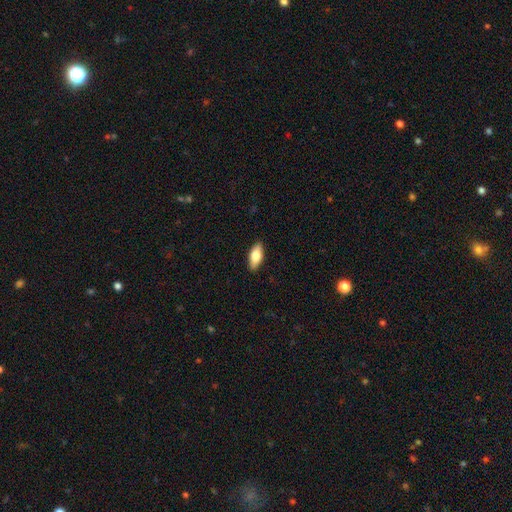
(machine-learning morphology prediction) This appears to be a smooth galaxy with no disk features (78%) that is in between round and cigar-shaped (83%). Merging: none (89%).